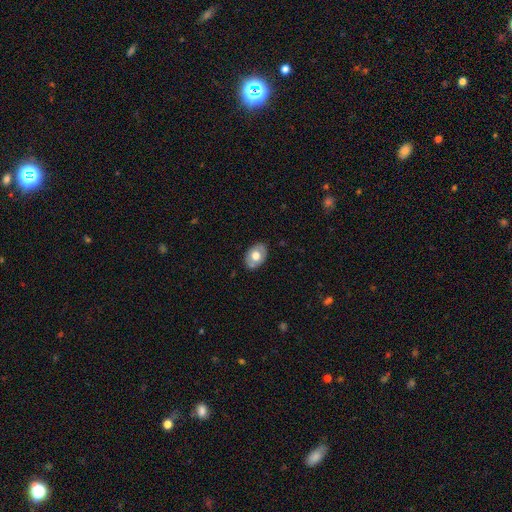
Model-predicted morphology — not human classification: Overall: smooth (57%; featured or disk 37%). How rounded: in between (77%). Merging: none (80%).